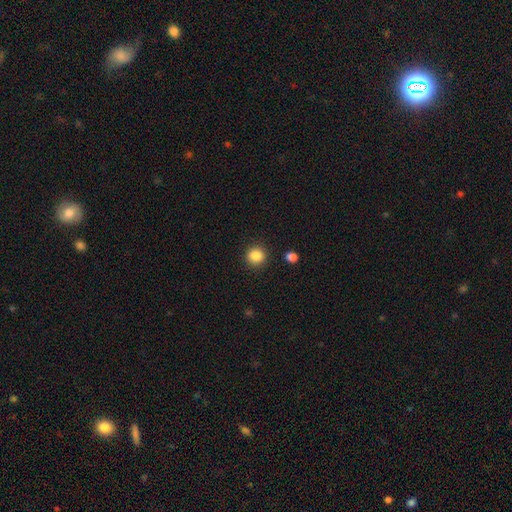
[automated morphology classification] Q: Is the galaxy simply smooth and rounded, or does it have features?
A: smooth — 86%.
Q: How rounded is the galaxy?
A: round — 89%.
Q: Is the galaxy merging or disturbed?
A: none — 90%.